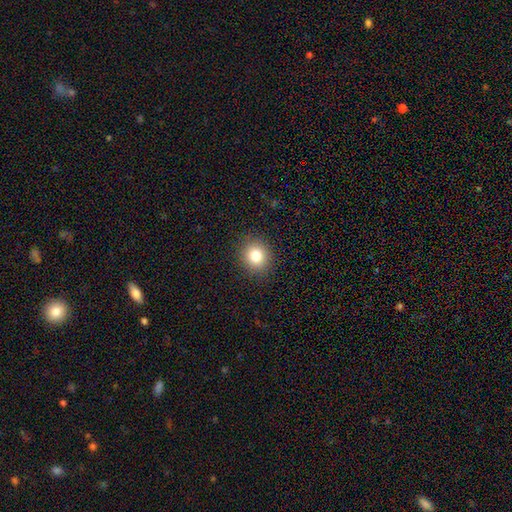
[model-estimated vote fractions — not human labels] smooth-or-featured: smooth: 81% | star or artifact: 12% | featured or disk: 7%
  how-rounded: round: 81% | in between: 18% | cigar-shaped: 1%
  merging: none: 90% | minor disturbance: 7% | major disturbance: 2% | merger: 1%